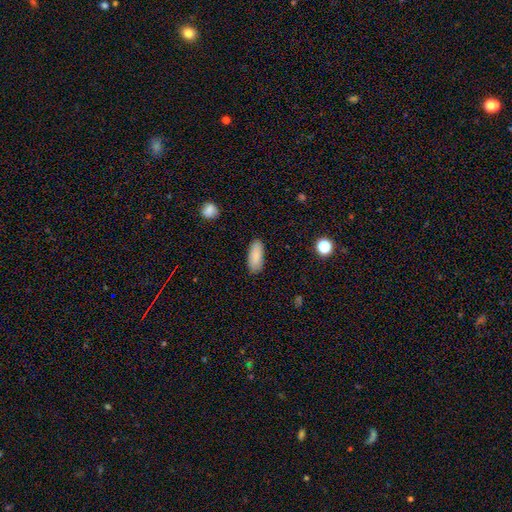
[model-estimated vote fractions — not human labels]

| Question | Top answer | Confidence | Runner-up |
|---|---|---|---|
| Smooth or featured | smooth | 87% | star or artifact (7%) |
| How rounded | in between | 82% | cigar-shaped (16%) |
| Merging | none | 87% | minor disturbance (10%) |